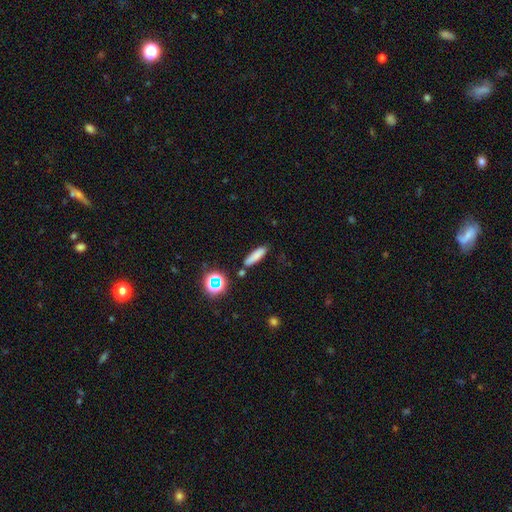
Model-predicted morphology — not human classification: The model was most divided on "how rounded": cigar-shaped: 70%, in between: 26%, round: 4%. More confident: merging — none (82%); smooth or featured — smooth (78%).